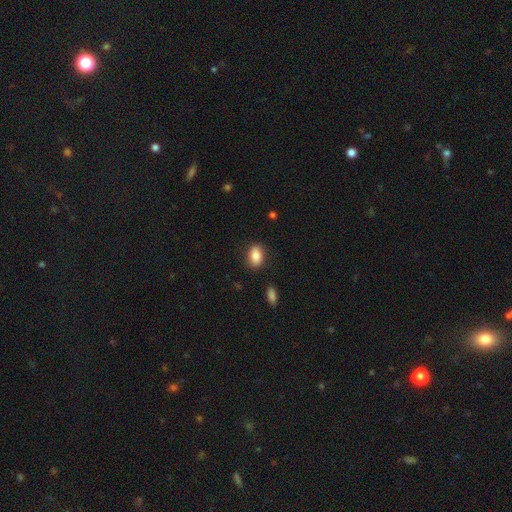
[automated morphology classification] Smooth or featured: smooth — 84% (featured or disk — 8%)
How rounded: in between — 82% (round — 16%)
Merging: none — 84% (minor disturbance — 11%)